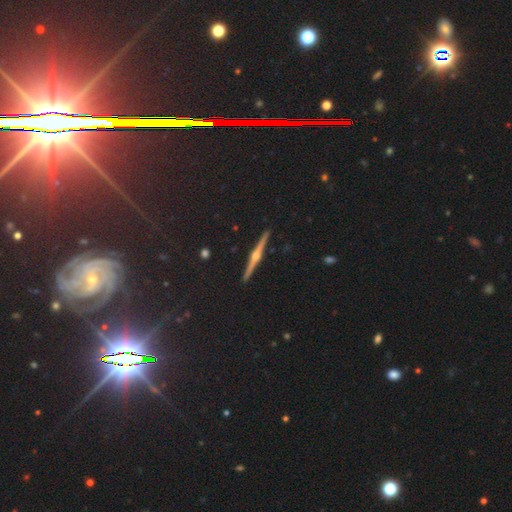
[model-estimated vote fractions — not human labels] The model was most divided on "smooth or featured": featured or disk: 79%, smooth: 10%, star or artifact: 10%. More confident: edge-on disk — yes (98%); merging — none (93%); edge-on bulge — rounded (93%).